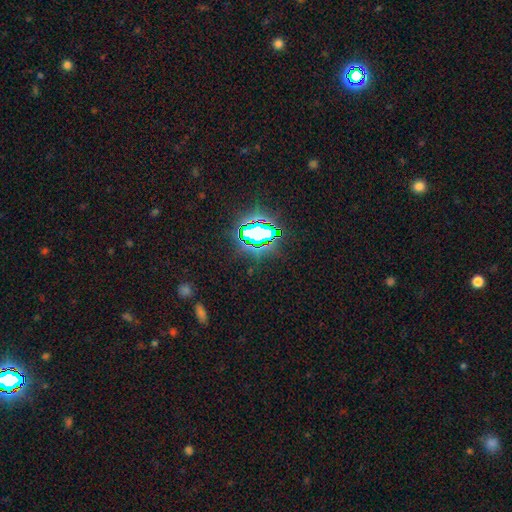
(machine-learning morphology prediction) A star or artifact, not a galaxy (75%).